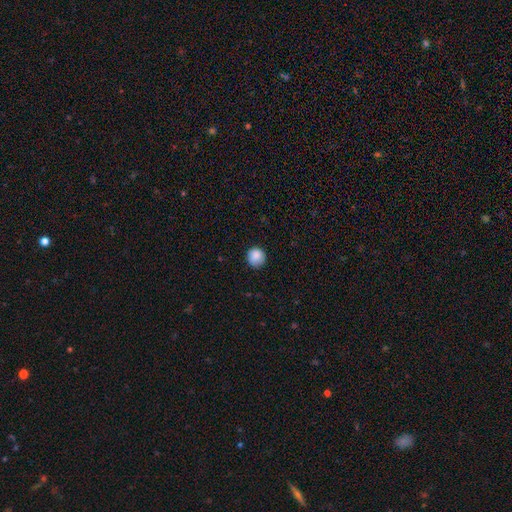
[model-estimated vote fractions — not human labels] A smooth galaxy with no disk features (87%) that is round (92%). Merging: none (84%).